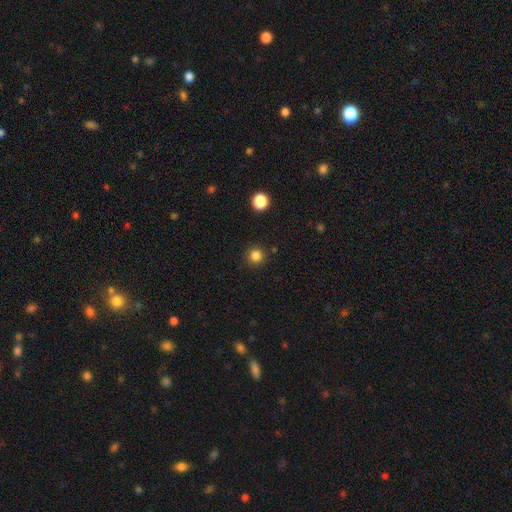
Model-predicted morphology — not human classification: type=smooth (83%); roundness=round (94%); merging=none (90%).